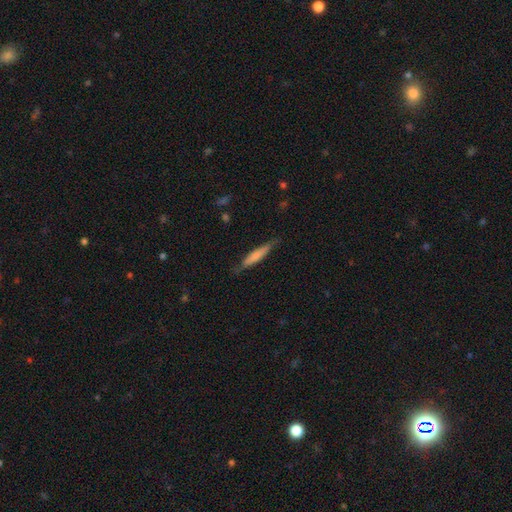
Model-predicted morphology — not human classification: Smooth or featured? smooth (66%)
How rounded? cigar-shaped (90%)
Merging? none (76%)